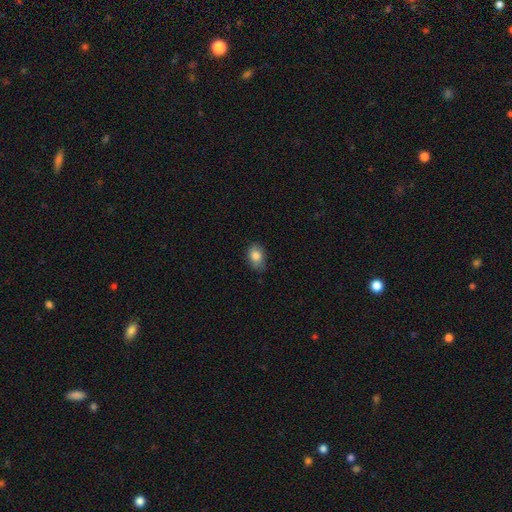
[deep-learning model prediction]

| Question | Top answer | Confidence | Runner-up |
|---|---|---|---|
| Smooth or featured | smooth | 84% | star or artifact (8%) |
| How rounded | in between | 78% | round (21%) |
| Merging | none | 72% | minor disturbance (23%) |